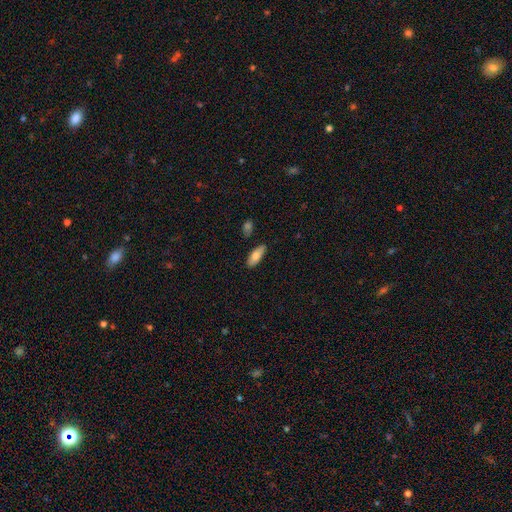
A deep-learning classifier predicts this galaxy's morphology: Q: Smooth or featured?
A: smooth (75%); runner-up: featured or disk (18%)
Q: How rounded?
A: in between (77%); runner-up: cigar-shaped (21%)
Q: Merging?
A: none (82%); runner-up: minor disturbance (14%)